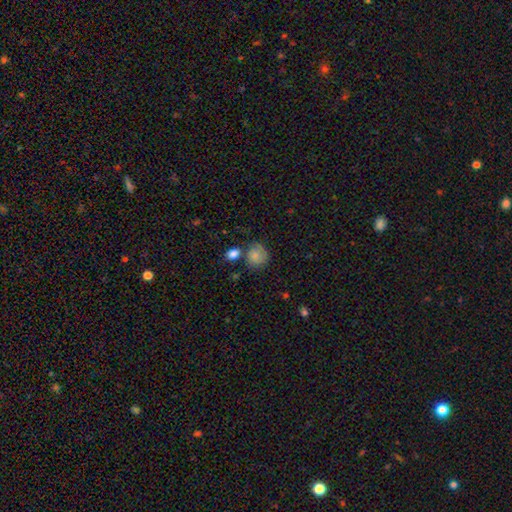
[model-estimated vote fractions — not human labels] Smooth or featured?
  - smooth: 74% *
  - featured or disk: 17%
  - star or artifact: 9%
How rounded?
  - round: 76% *
  - in between: 23%
  - cigar-shaped: 1%
Merging?
  - none: 54% *
  - minor disturbance: 23%
  - merger: 14%
  - major disturbance: 9%